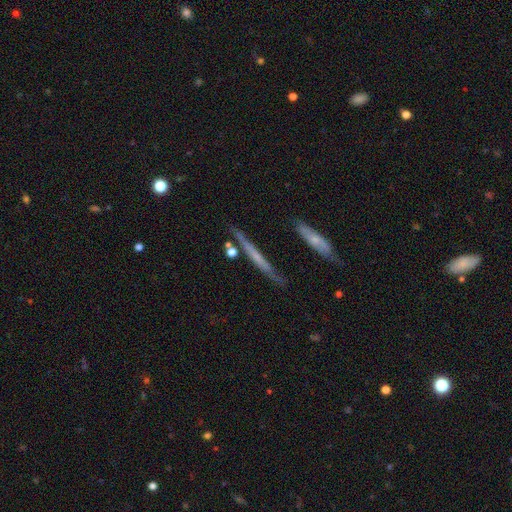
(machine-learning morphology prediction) smooth_or_featured: featured or disk (p=0.58) [alt: smooth p=0.34]
disk_edge_on: yes (p=0.90) [alt: no p=0.10]
edge_on_bulge: none (p=0.69) [alt: rounded p=0.23]
merging: none (p=0.77) [alt: minor disturbance p=0.14]